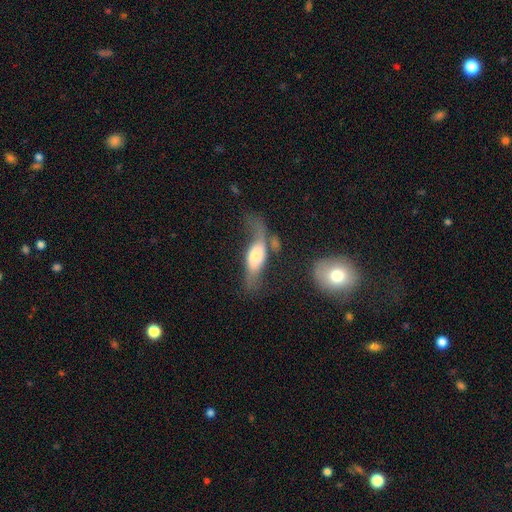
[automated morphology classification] The model was most divided on "smooth or featured": featured or disk: 50%, smooth: 43%, star or artifact: 7%. Remaining: merging — major disturbance (35%).